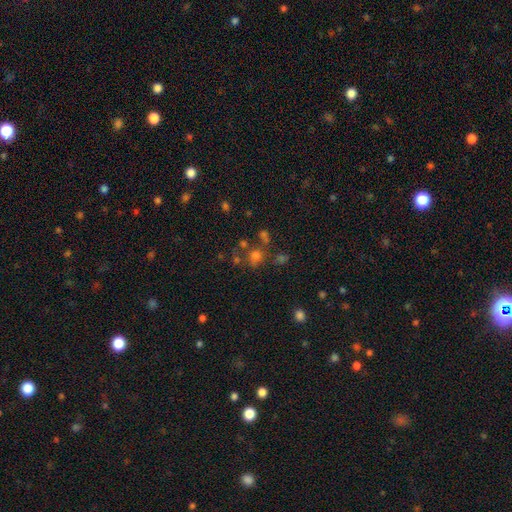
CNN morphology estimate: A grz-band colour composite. It shows a smooth galaxy with no disk features (59%) that is round (80%). Merging: none (58%).